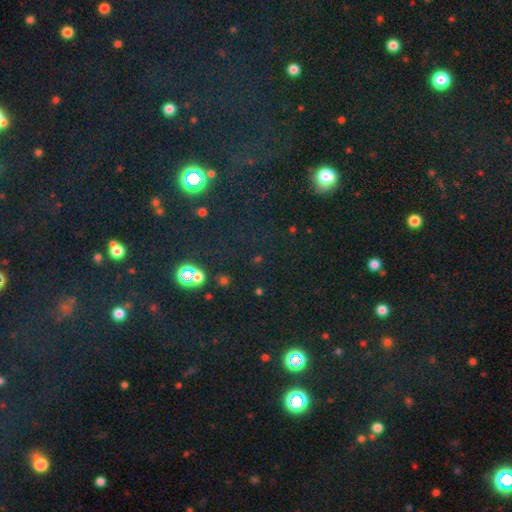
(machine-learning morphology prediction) Smooth or featured? Predicted: star or artifact (p=0.72).